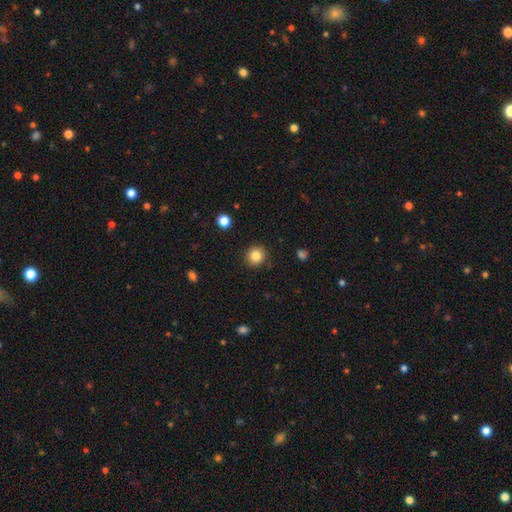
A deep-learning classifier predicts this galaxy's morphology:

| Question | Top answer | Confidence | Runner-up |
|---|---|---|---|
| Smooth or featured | smooth | 84% | star or artifact (10%) |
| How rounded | round | 92% | in between (7%) |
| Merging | none | 91% | minor disturbance (6%) |